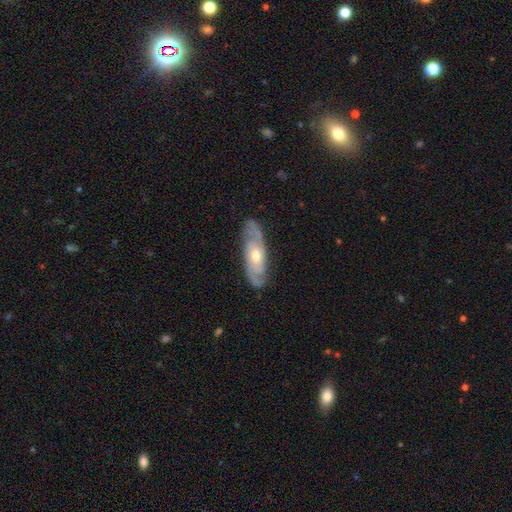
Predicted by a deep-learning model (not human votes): Smooth or featured?
  - featured or disk: 82% *
  - smooth: 12%
  - star or artifact: 6%
Edge-on disk?
  - no: 84% *
  - yes: 16%
Bar?
  - no: 70% *
  - weak: 24%
  - strong: 6%
Spiral arms?
  - yes: 93% *
  - no: 7%
Spiral winding?
  - tight: 56% *
  - medium: 35%
  - loose: 9%
Spiral arm count?
  - 2: 68% *
  - can't tell: 19%
  - 3: 7%
  - 4: 2%
  - 1: 2%
  - more than 4: 2%
Bulge size?
  - moderate: 68% *
  - small: 25%
  - large: 5%
  - none: 1%
  - dominant: 1%
Merging?
  - none: 83% *
  - minor disturbance: 13%
  - major disturbance: 3%
  - merger: 1%